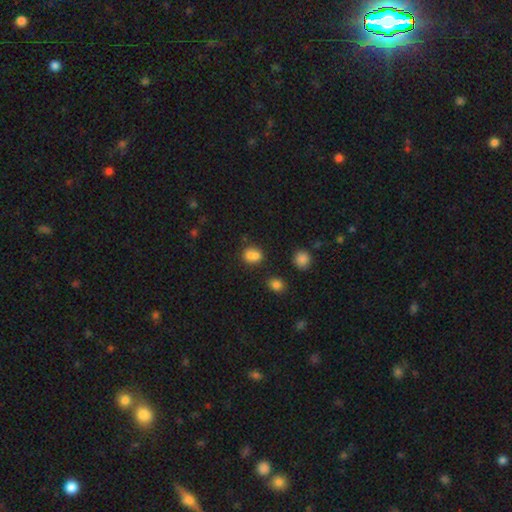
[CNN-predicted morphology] smooth_or_featured: smooth (p=0.78) [alt: star or artifact p=0.13]
how_rounded: round (p=0.55) [alt: in between p=0.43]
merging: none (p=0.50) [alt: merger p=0.32]